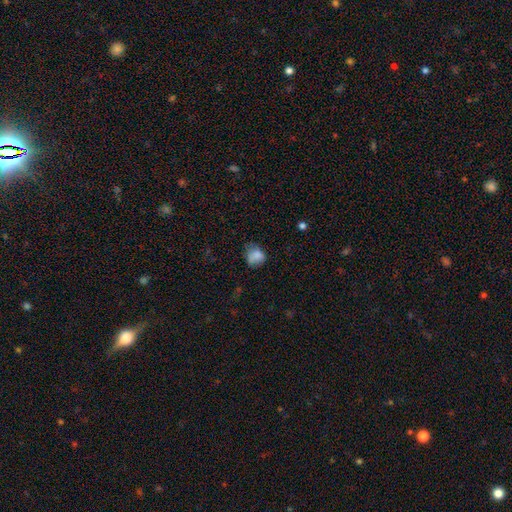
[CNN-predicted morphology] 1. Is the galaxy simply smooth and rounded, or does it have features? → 79% smooth, 11% featured or disk, 10% star or artifact.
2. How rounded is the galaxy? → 65% round, 34% in between, 1% cigar-shaped.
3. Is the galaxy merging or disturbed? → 49% none, 32% minor disturbance, 13% major disturbance, 5% merger.